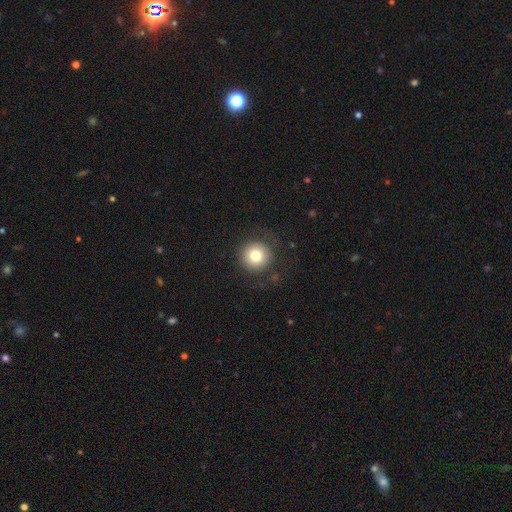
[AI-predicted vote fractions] A smooth galaxy with no disk features (78%) that is round (95%).

Vote fractions:
- Smooth or featured? smooth: 78% / featured or disk: 11% / star or artifact: 10%
- How rounded? round: 95% / in between: 4% / cigar-shaped: 1%
- Merging? none: 84% / minor disturbance: 10% / major disturbance: 5% / merger: 1%